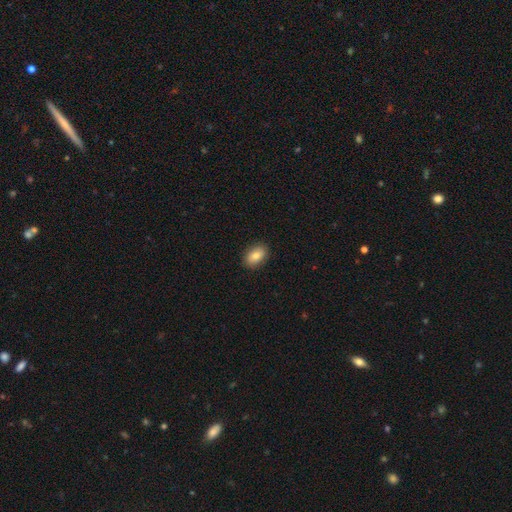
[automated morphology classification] smooth-or-featured: smooth: 81% | featured or disk: 12% | star or artifact: 7%
  how-rounded: in between: 87% | round: 11% | cigar-shaped: 2%
  merging: none: 89% | minor disturbance: 8% | major disturbance: 2% | merger: 1%